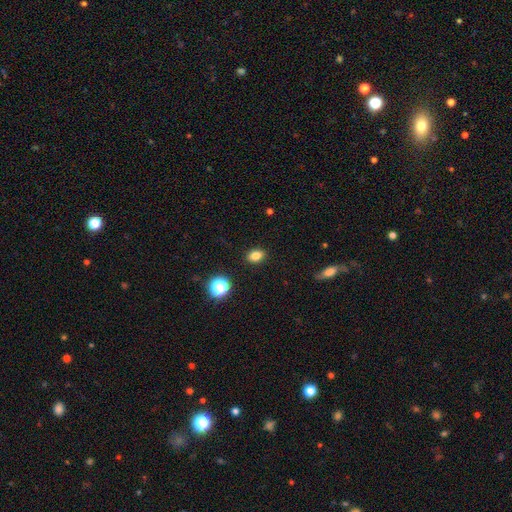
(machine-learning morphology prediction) Q: Smooth or featured?
A: smooth (81%); runner-up: star or artifact (13%)
Q: How rounded?
A: in between (70%); runner-up: round (28%)
Q: Merging?
A: none (89%); runner-up: minor disturbance (8%)